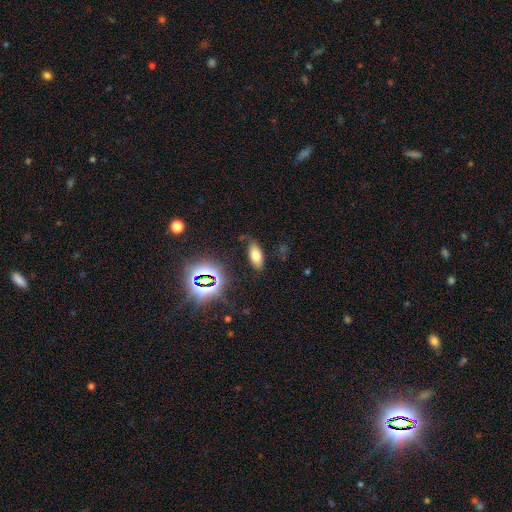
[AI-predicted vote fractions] Overall: smooth (67%). How rounded: in between (82%). Merging: none (78%).